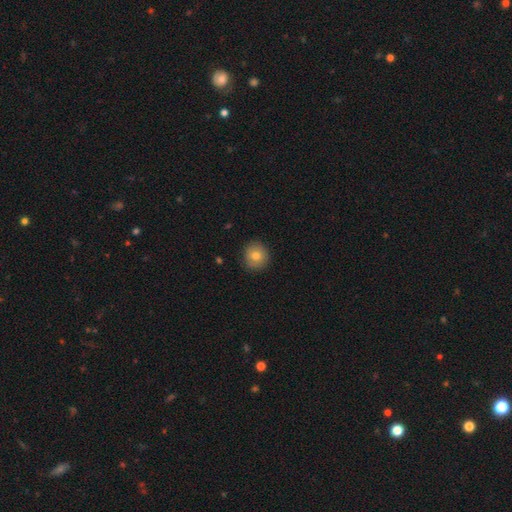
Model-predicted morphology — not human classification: This is likely a smooth galaxy (77%). How rounded: clearly round (90%). Merging: clearly none (87%).